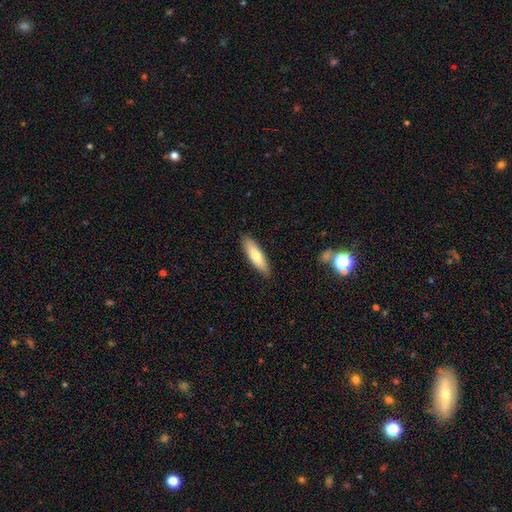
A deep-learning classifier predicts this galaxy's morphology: Smooth or featured? smooth (71%)
How rounded? cigar-shaped (60%)
Merging? none (88%)